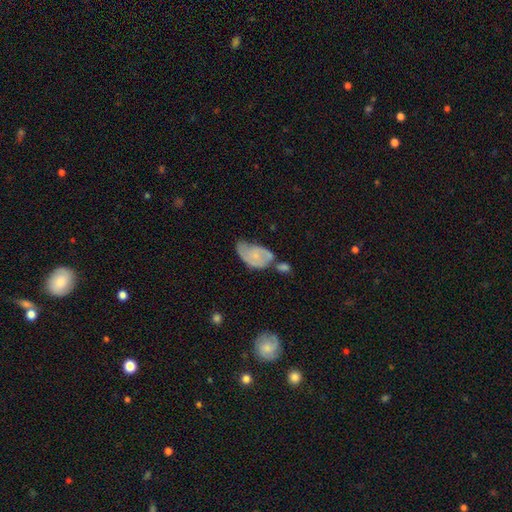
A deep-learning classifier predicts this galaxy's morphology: smooth_or_featured: featured or disk (p=0.51) [alt: smooth p=0.42]
disk_edge_on: no (p=0.96) [alt: yes p=0.04]
merging: minor disturbance (p=0.32) [alt: none p=0.25]